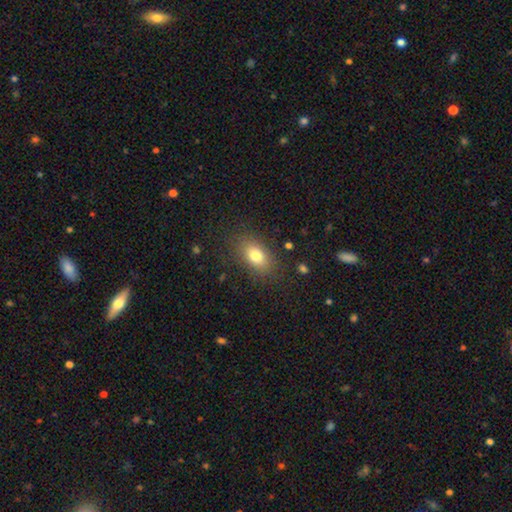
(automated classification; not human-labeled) Q: Smooth or featured?
A: smooth (78%); runner-up: featured or disk (11%)
Q: How rounded?
A: in between (83%); runner-up: round (14%)
Q: Merging?
A: none (83%); runner-up: minor disturbance (11%)